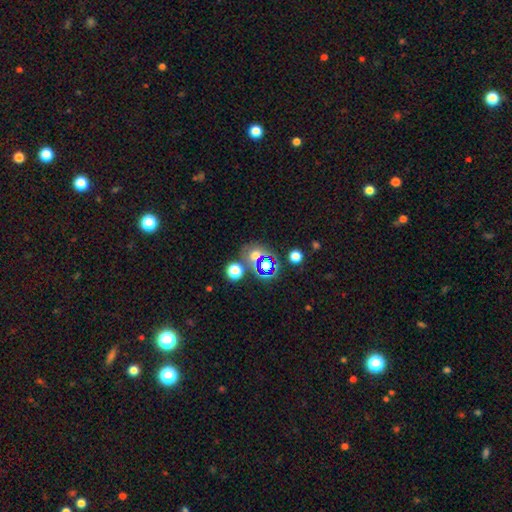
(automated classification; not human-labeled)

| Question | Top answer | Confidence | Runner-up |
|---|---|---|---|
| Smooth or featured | smooth | 49% | star or artifact (38%) |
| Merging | none | 57% | merger (27%) |